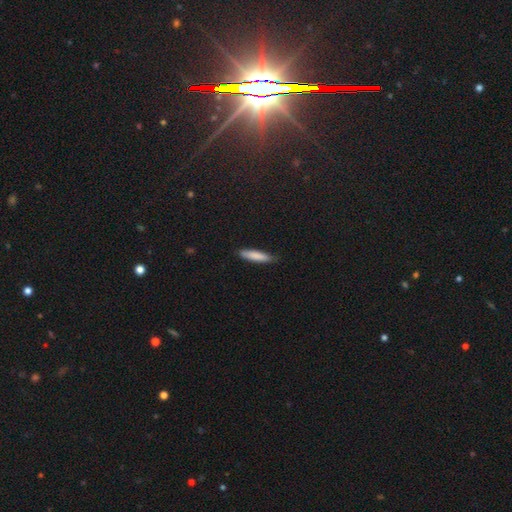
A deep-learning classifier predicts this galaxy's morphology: This appears to be a smooth galaxy with no disk features (83%) that is cigar-shaped (81%). Merging: none (82%).